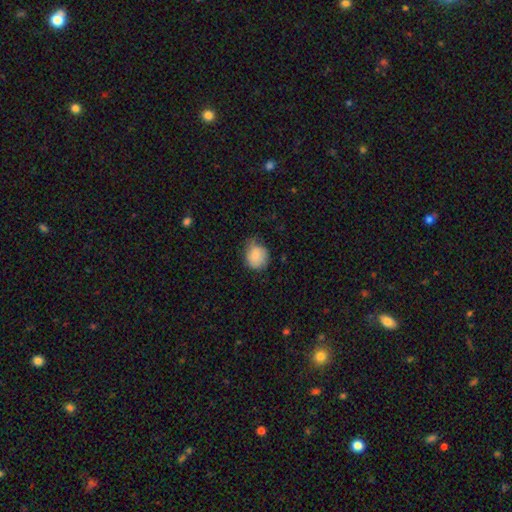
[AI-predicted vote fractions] This is clearly a smooth galaxy (81%). How rounded: likely round (76%). Merging: possibly none (54%).